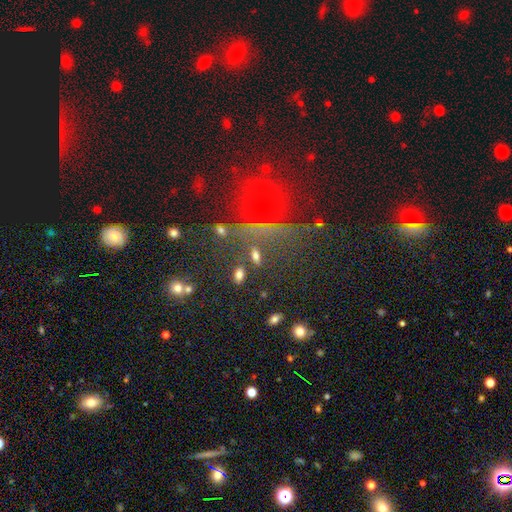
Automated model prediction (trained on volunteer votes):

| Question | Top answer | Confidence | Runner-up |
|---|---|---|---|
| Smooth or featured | smooth | 67% | star or artifact (19%) |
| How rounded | in between | 76% | cigar-shaped (12%) |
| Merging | none | 77% | minor disturbance (10%) |